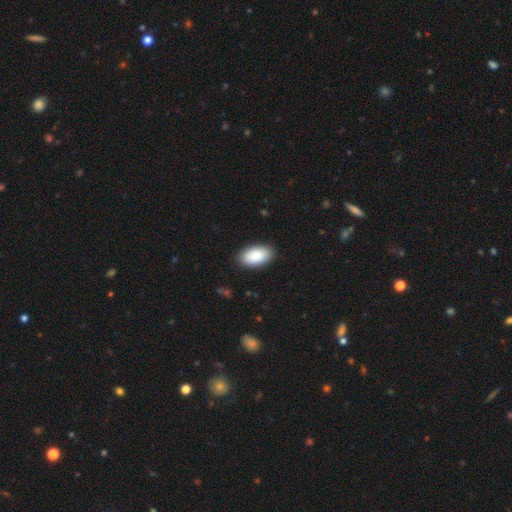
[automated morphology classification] smooth 89%, star or artifact 6%, featured or disk 5%. Down the decision tree: how rounded — in between (96%); merging — none (89%).